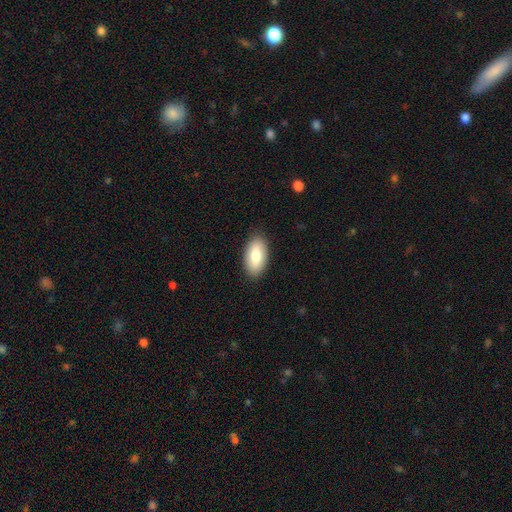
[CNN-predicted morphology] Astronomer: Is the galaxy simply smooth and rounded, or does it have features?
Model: smooth — 79%.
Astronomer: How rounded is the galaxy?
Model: in between — 94%.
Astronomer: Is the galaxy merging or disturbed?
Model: none — 88%.